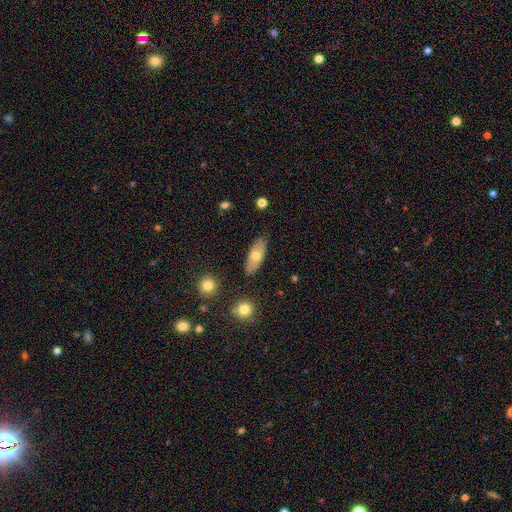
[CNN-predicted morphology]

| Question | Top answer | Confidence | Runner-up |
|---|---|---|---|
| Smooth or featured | smooth | 66% | featured or disk (28%) |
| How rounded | in between | 79% | cigar-shaped (18%) |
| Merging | none | 78% | minor disturbance (16%) |